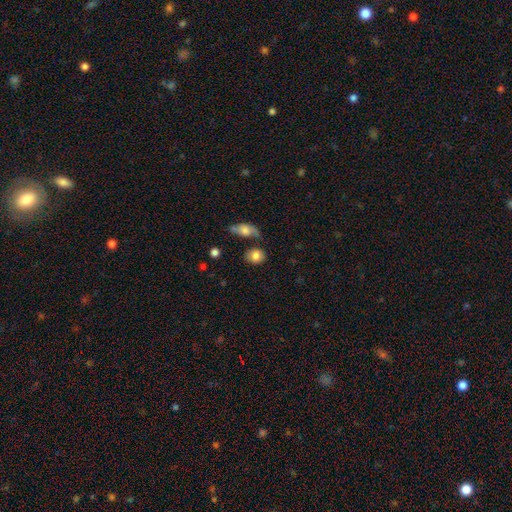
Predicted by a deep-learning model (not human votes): smooth 82%, featured or disk 10%, star or artifact 8%. Down the decision tree: how rounded — round (59%); merging — none (64%).